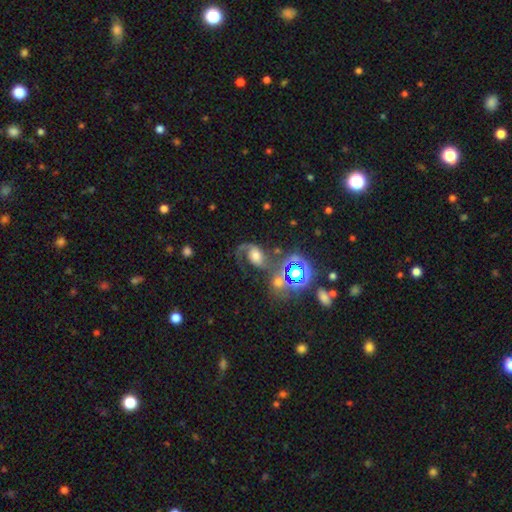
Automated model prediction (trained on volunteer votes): Q: Smooth or featured?
A: featured or disk (65%); runner-up: smooth (21%)
Q: Edge-on disk?
A: no (97%); runner-up: yes (3%)
Q: Bar?
A: no (60%); runner-up: weak (29%)
Q: Spiral arms?
A: yes (88%); runner-up: no (12%)
Q: Spiral winding?
A: loose (53%); runner-up: medium (35%)
Q: Spiral arm count?
A: 2 (50%); runner-up: 1 (43%)
Q: Bulge size?
A: moderate (51%); runner-up: large (21%)
Q: Merging?
A: none (36%); runner-up: major disturbance (34%)